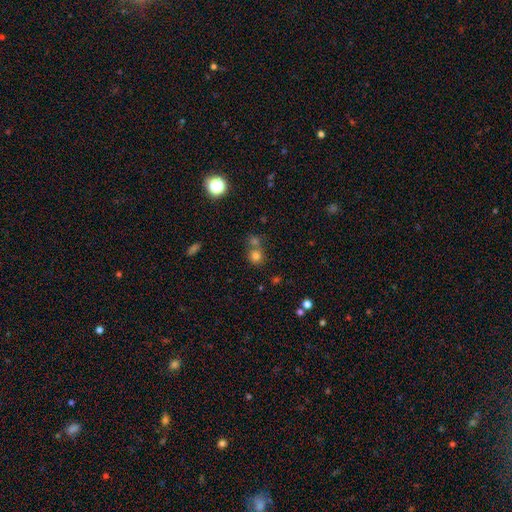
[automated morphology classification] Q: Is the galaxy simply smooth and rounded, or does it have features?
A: smooth — 75%.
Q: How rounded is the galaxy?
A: round — 85%.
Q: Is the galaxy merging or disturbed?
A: none — 50%.